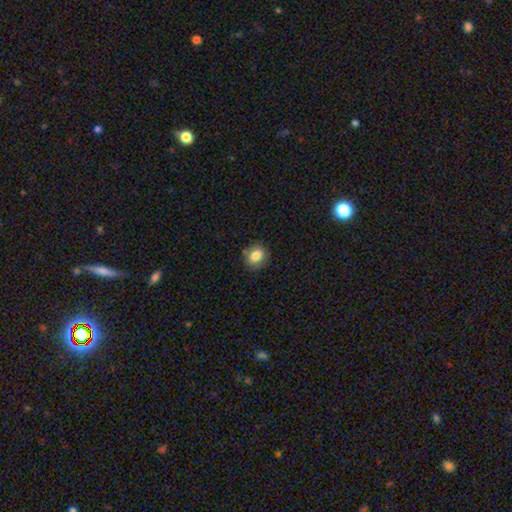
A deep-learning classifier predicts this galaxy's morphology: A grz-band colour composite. It shows a smooth galaxy with no disk features (81%) that is round (58%). Merging: none (81%).